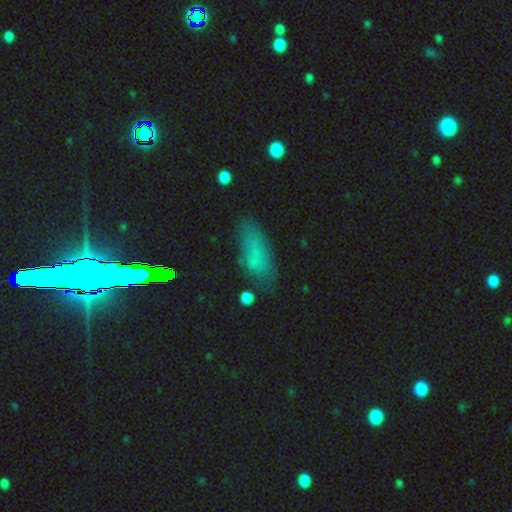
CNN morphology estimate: This appears to be a smooth galaxy with no disk features (69%) that is in between round and cigar-shaped (70%). Merging: none (65%).